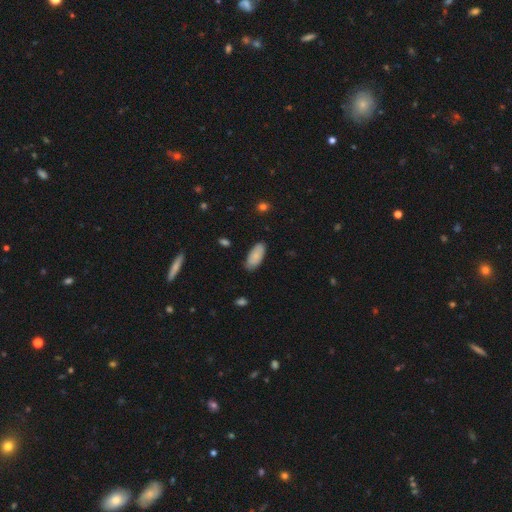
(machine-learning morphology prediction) Smooth or featured? Predicted: smooth (p=0.82). How rounded? Predicted: in between (p=0.89). Merging? Predicted: none (p=0.82).